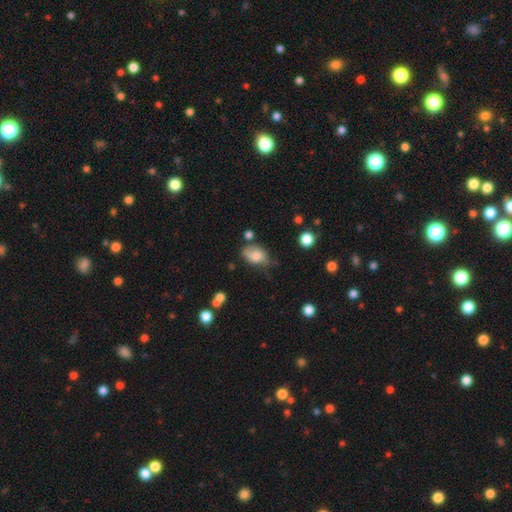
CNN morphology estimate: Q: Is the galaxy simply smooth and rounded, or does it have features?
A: smooth — 71%.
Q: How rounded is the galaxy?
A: in between — 83%.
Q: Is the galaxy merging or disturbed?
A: none — 49%.